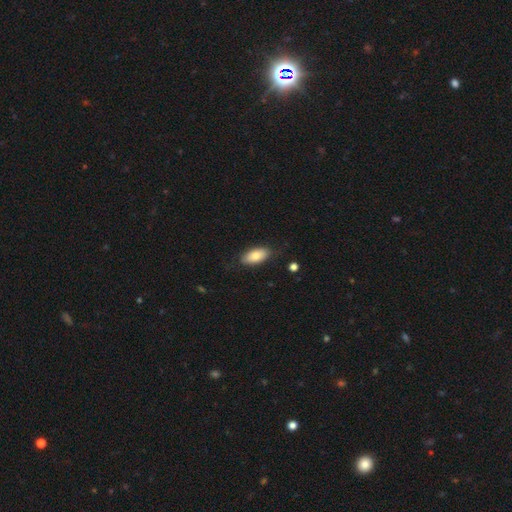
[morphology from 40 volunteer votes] Smooth or featured: smooth — 72% (featured or disk — 15%)
How rounded: in between — 93% (round — 7%)
Merging: none — 89% (minor disturbance — 9%)